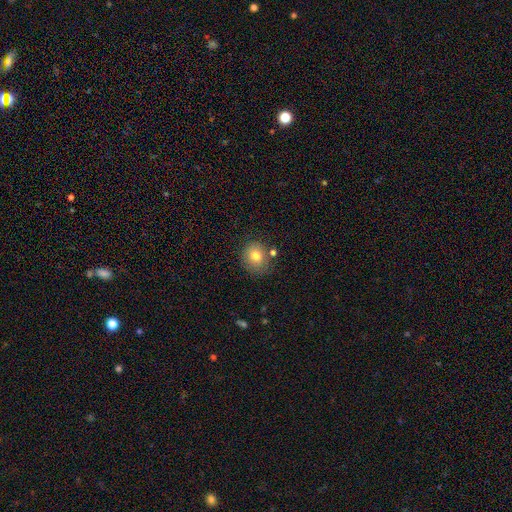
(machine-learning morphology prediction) Q: Smooth or featured?
A: smooth (78%); runner-up: featured or disk (12%)
Q: How rounded?
A: round (74%); runner-up: in between (25%)
Q: Merging?
A: none (73%); runner-up: minor disturbance (15%)